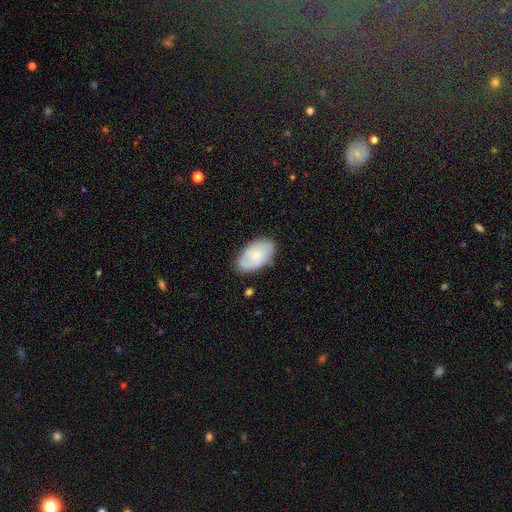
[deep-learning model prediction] This appears to be a smooth galaxy with no disk features (53%) that is in between round and cigar-shaped (93%). Merging: none (75%).